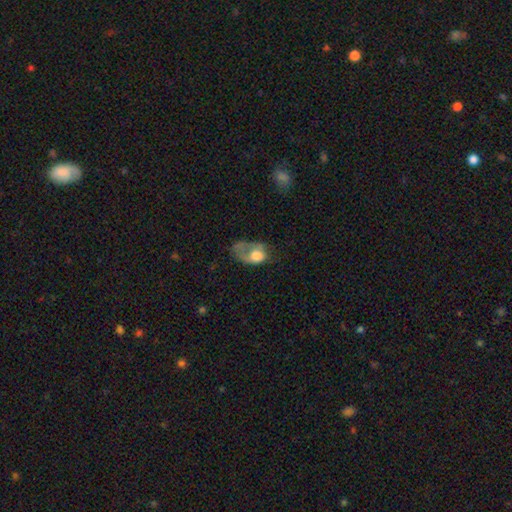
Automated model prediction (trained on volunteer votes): Overall: smooth (59%; featured or disk 32%). How rounded: in between (79%). Merging: major disturbance (57%; minor disturbance 23%).